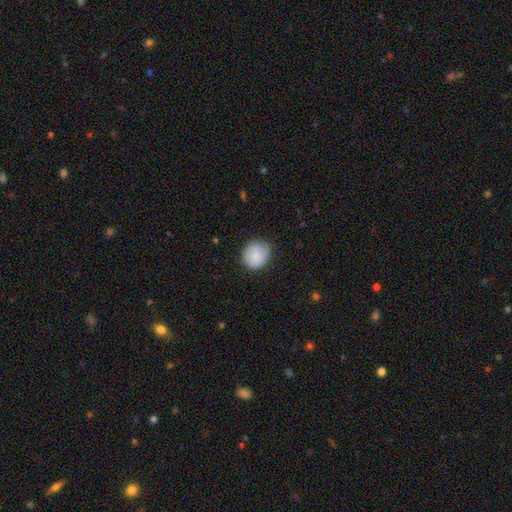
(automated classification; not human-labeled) The model was most divided on "merging": none: 72%, minor disturbance: 22%, major disturbance: 5%, merger: 1%. More confident: how rounded — round (80%); smooth or featured — smooth (77%).